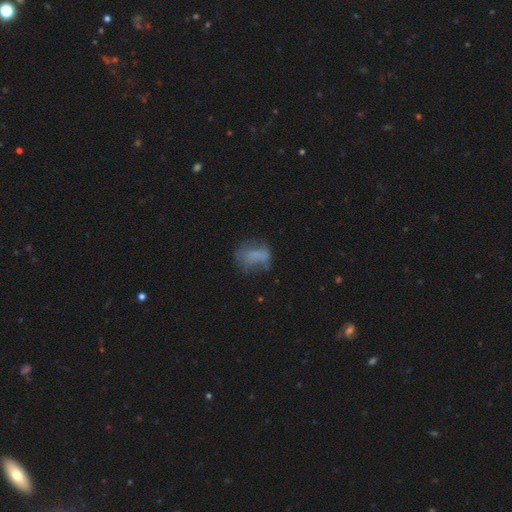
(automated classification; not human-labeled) smooth 55%, featured or disk 30%, star or artifact 15%. Down the decision tree: how rounded — in between (70%); merging — none (44%).